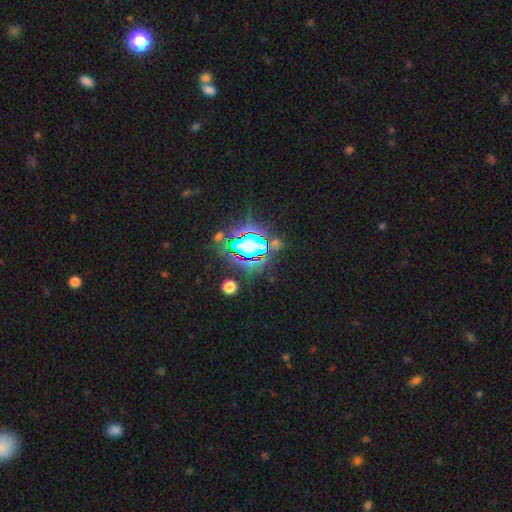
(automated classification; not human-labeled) Smooth or featured? Predicted: star or artifact (p=0.69).